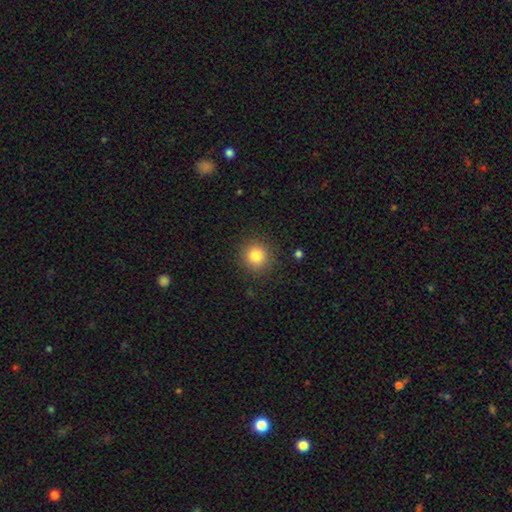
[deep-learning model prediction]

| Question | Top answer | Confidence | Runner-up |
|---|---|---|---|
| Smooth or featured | smooth | 83% | star or artifact (11%) |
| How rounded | round | 93% | in between (6%) |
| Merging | none | 89% | minor disturbance (7%) |